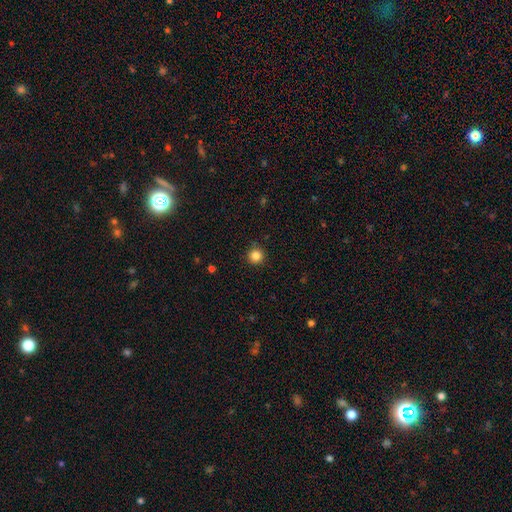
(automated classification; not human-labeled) smooth_or_featured: smooth (p=0.85) [alt: star or artifact p=0.11]
how_rounded: round (p=0.95) [alt: in between p=0.04]
merging: none (p=0.91) [alt: minor disturbance p=0.06]